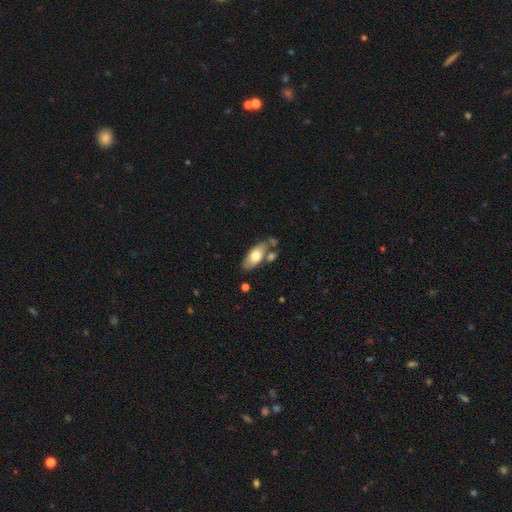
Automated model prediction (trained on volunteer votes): The model was most divided on "smooth or featured": smooth: 67%, featured or disk: 27%, star or artifact: 6%. More confident: how rounded — in between (83%); merging — none (61%).